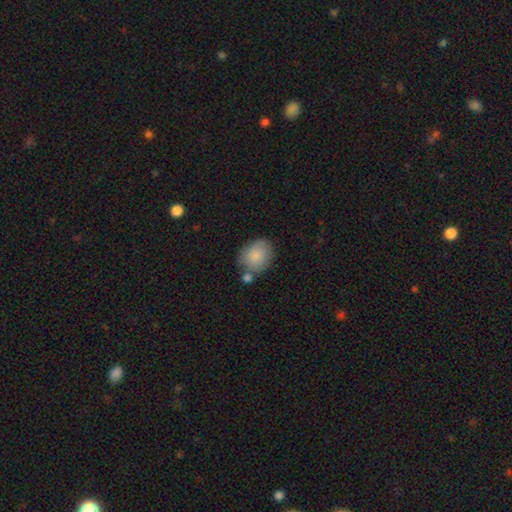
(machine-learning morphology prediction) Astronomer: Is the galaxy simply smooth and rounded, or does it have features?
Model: smooth — 85%.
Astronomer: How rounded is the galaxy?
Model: in between — 61% (runner-up: round, 38%).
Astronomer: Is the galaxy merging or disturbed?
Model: none — 61%.